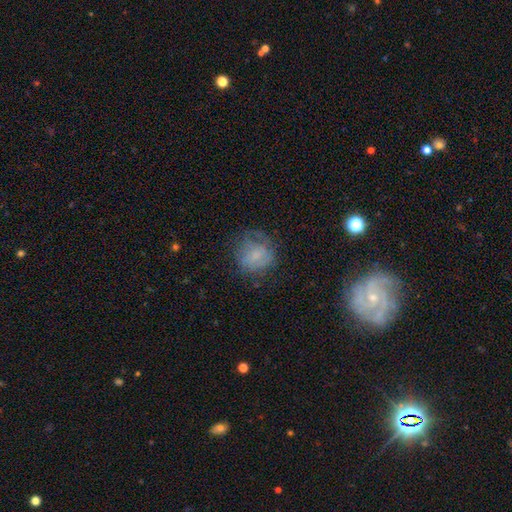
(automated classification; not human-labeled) Smooth or featured? smooth (61%)
How rounded? round (75%)
Merging? none (54%)